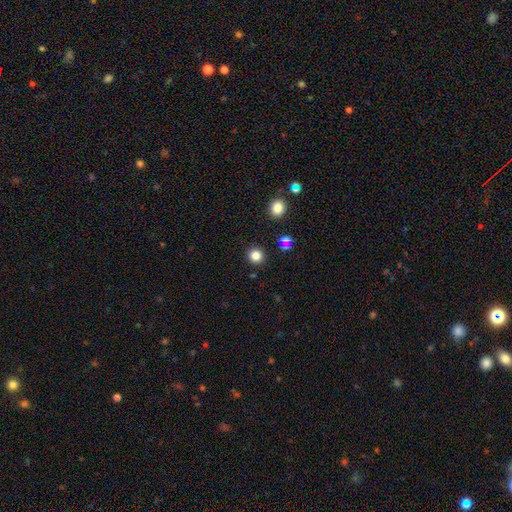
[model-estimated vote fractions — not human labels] This appears to be a smooth galaxy with no disk features (82%) that is round (93%). Merging: none (91%).